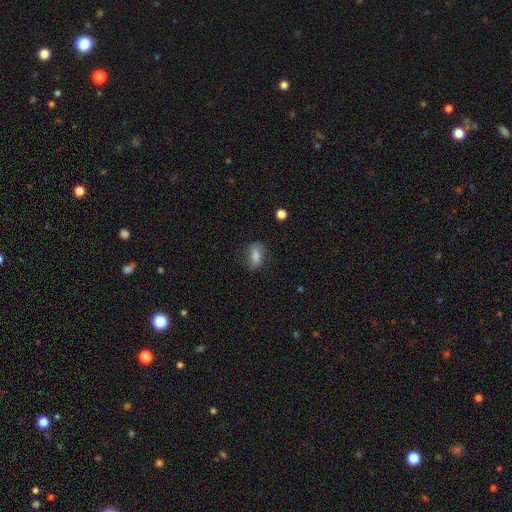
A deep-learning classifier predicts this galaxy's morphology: This appears to be a smooth galaxy with no disk features (73%) that is in between round and cigar-shaped (82%). Merging: none (77%).